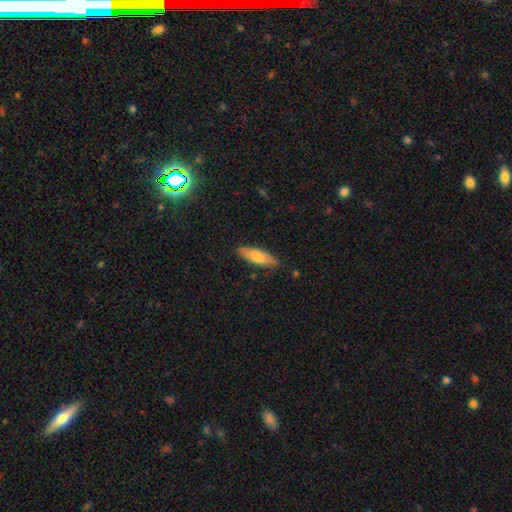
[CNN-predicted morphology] Q: Smooth or featured?
A: smooth (71%); runner-up: featured or disk (22%)
Q: How rounded?
A: in between (50%); runner-up: cigar-shaped (48%)
Q: Merging?
A: none (83%); runner-up: minor disturbance (13%)